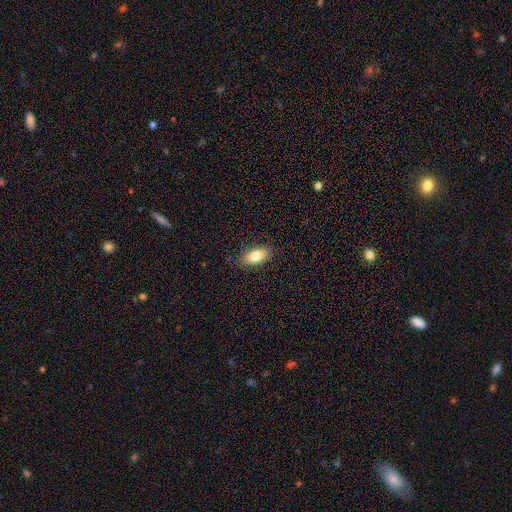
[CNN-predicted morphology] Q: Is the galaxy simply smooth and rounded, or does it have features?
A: smooth — 80%.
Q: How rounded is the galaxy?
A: in between — 88%.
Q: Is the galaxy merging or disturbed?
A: none — 85%.